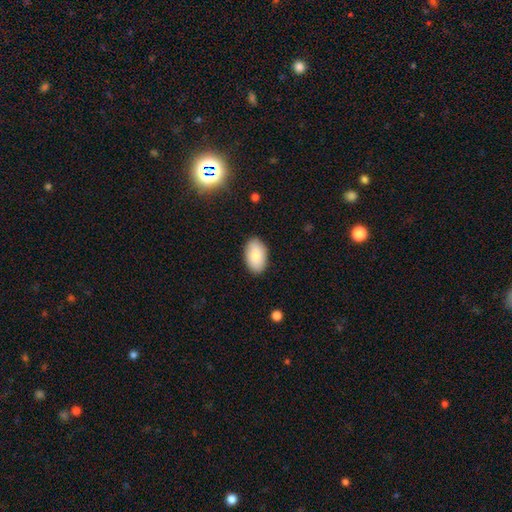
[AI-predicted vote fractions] smooth 83%, featured or disk 11%, star or artifact 6%. Down the decision tree: how rounded — in between (93%); merging — none (88%).